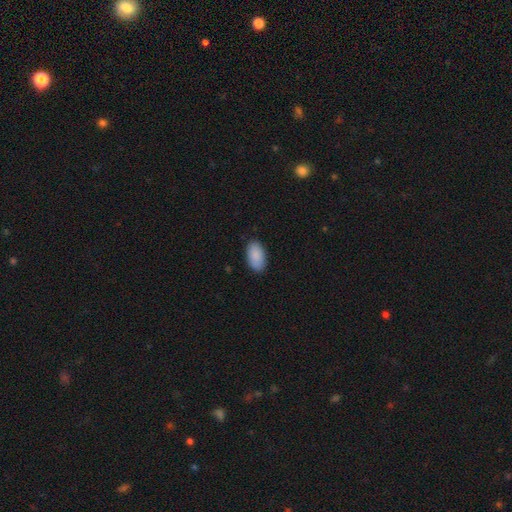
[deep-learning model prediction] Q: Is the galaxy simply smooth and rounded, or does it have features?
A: smooth — 90%.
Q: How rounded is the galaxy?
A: in between — 95%.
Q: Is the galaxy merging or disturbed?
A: none — 87%.